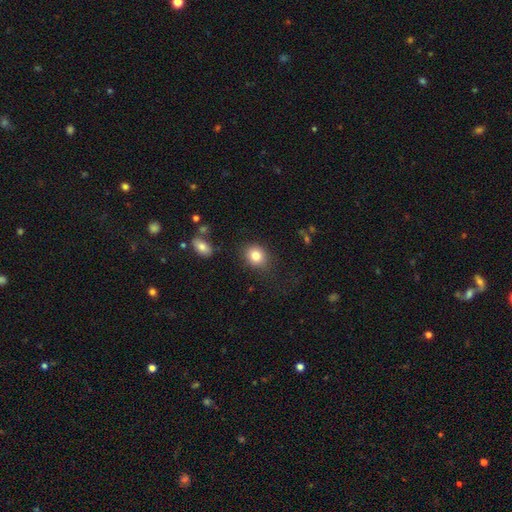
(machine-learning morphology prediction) smooth-or-featured: smooth: 83% | star or artifact: 10% | featured or disk: 8%
  how-rounded: round: 62% | in between: 37% | cigar-shaped: 1%
  merging: none: 82% | minor disturbance: 12% | major disturbance: 4% | merger: 2%